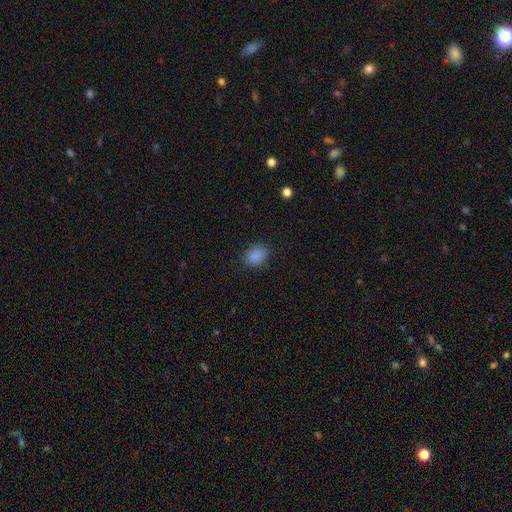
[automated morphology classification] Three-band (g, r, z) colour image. It shows a smooth galaxy with no disk features (87%) that is in between round and cigar-shaped (57%). Merging: none (84%).